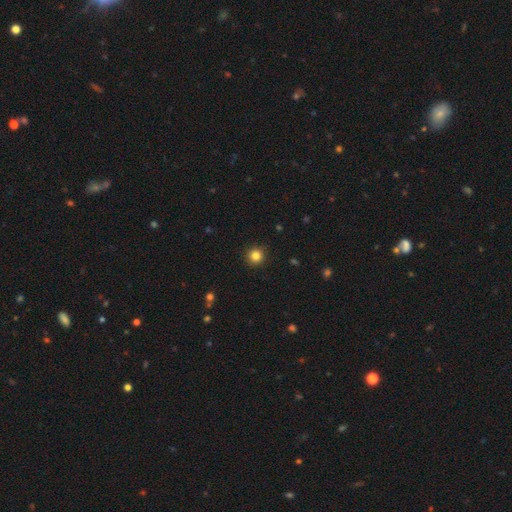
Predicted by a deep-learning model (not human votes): A smooth galaxy with no disk features (84%) that is round (95%). Merging: none (92%).